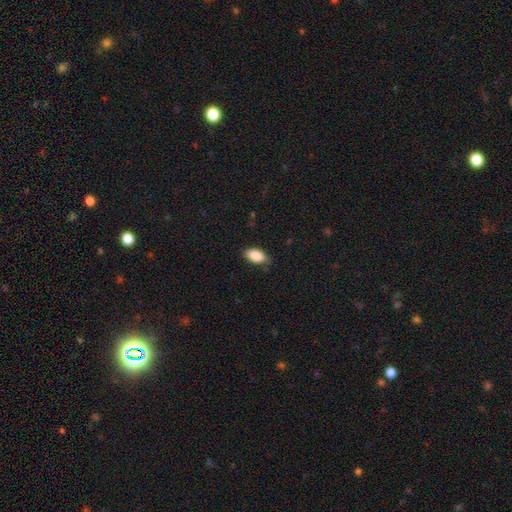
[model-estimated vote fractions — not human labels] This appears to be a smooth galaxy with no disk features (88%) that is in between round and cigar-shaped (92%). Merging: none (75%).